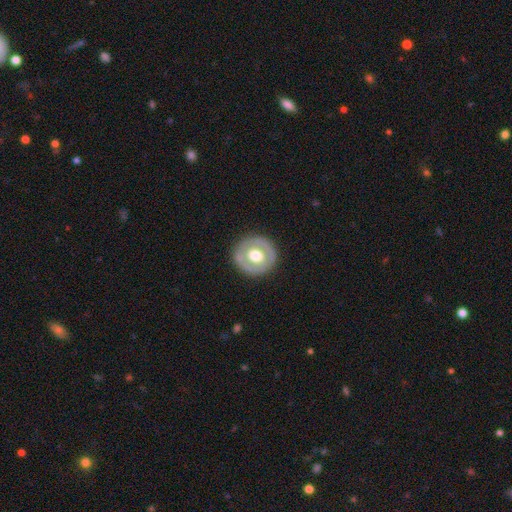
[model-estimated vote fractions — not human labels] Smooth or featured? featured or disk (49%)
Merging? none (86%)